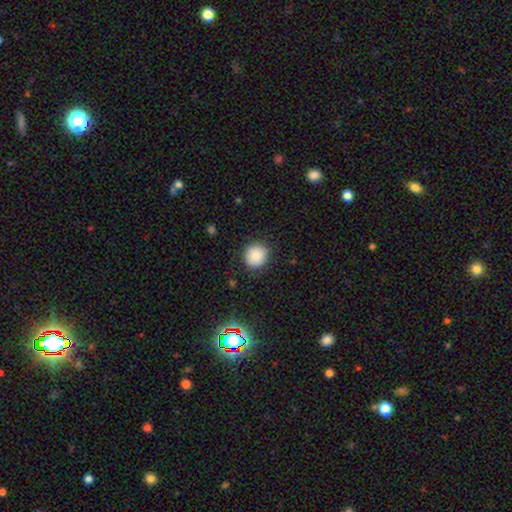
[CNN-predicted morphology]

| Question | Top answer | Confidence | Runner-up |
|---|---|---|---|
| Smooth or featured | smooth | 86% | star or artifact (9%) |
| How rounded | round | 88% | in between (11%) |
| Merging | none | 88% | minor disturbance (8%) |